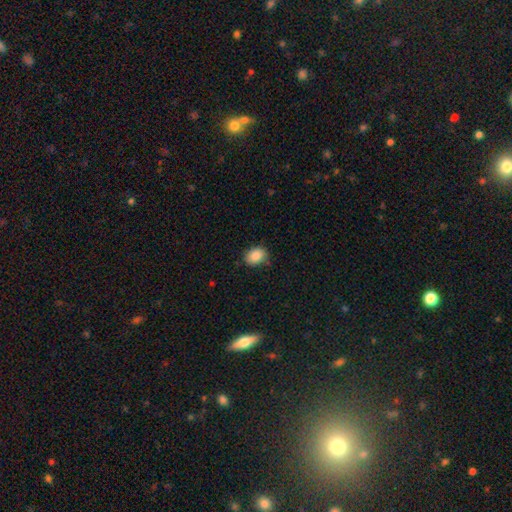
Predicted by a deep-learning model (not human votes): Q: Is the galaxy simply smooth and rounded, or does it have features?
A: smooth — 88%.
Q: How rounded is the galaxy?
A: in between — 71%.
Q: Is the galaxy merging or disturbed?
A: none — 80%.